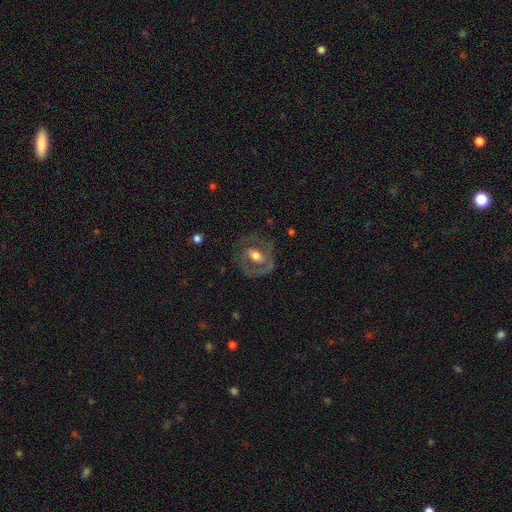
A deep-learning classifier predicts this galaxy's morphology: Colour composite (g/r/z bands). It shows a featured or disk galaxy (67%) with no bar (48%), spiral arms (54%) and a moderate central bulge (62%). Merging: none (66%).